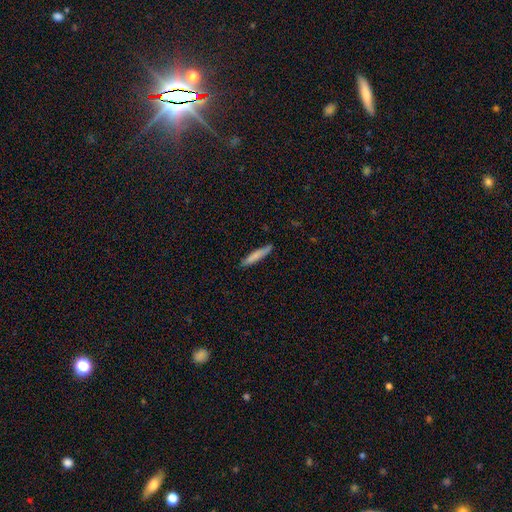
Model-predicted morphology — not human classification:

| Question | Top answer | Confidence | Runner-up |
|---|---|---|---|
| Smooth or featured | smooth | 79% | featured or disk (15%) |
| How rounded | cigar-shaped | 91% | in between (8%) |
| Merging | none | 85% | minor disturbance (12%) |